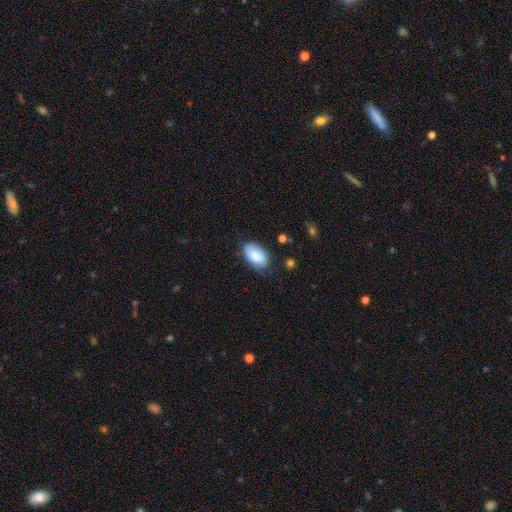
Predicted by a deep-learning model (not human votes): This appears to be a smooth galaxy with no disk features (85%) that is in between round and cigar-shaped (95%). Merging: none (70%).